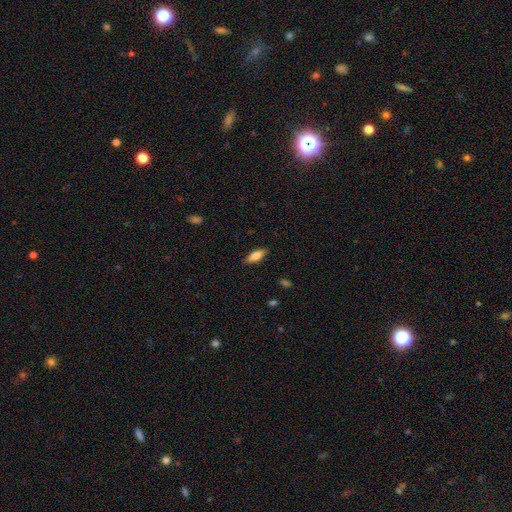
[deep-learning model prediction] A smooth galaxy with no disk features (78%) that is in between round and cigar-shaped (72%).

Vote fractions:
- Smooth or featured? smooth: 78% / featured or disk: 15% / star or artifact: 6%
- How rounded? in between: 72% / cigar-shaped: 26% / round: 2%
- Merging? none: 87% / minor disturbance: 10% / major disturbance: 2% / merger: 1%